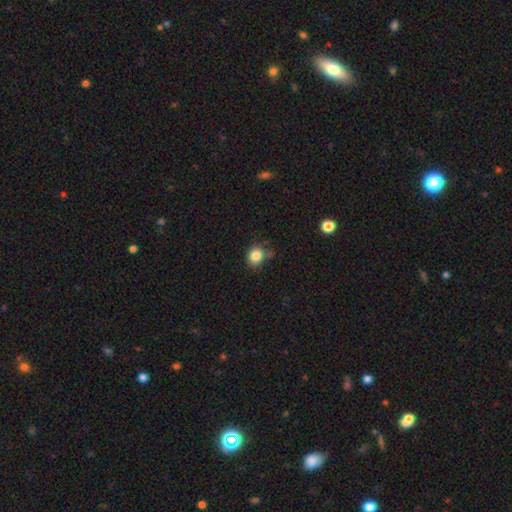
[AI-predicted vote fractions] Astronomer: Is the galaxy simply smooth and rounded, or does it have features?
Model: smooth — 84%.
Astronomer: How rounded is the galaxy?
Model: round — 69%.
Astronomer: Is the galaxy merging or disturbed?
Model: none — 66%.